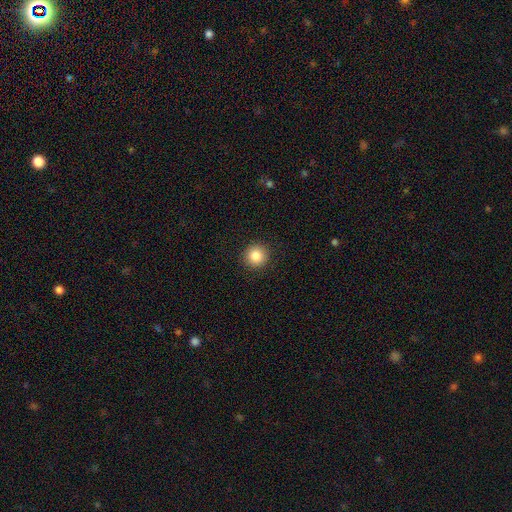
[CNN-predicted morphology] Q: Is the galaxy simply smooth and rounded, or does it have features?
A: smooth — 85%.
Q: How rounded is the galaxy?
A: round — 95%.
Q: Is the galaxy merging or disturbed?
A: none — 92%.